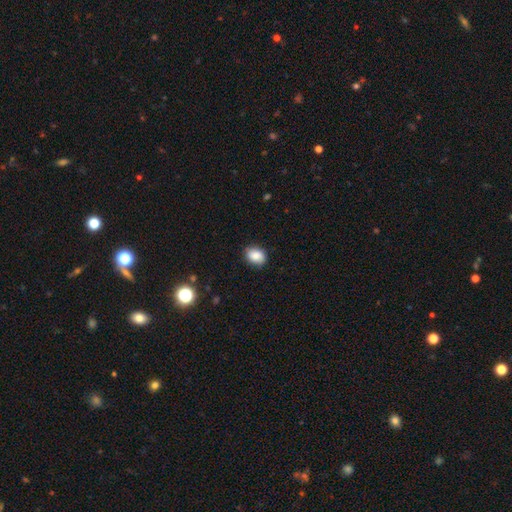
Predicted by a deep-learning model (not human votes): This is clearly a smooth galaxy (84%). How rounded: likely in between (68%). Merging: clearly none (83%).